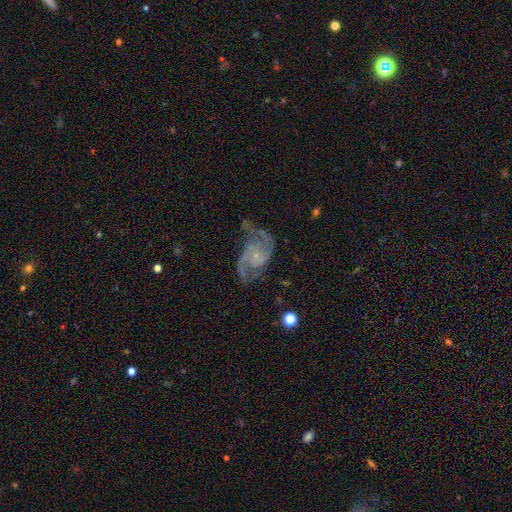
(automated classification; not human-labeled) A featured or disk galaxy (90%) with no bar (65%), 2 (82%) medium (54%) spiral arms (97%) and a small central bulge (76%).

Vote fractions:
- Smooth or featured? featured or disk: 90% / star or artifact: 5% / smooth: 5%
- Edge-on disk? no: 98% / yes: 2%
- Bar? no: 65% / weak: 28% / strong: 6%
- Spiral arms? yes: 97% / no: 3%
- Spiral winding? medium: 54% / loose: 27% / tight: 19%
- Spiral arm count? 2: 82% / 3: 8% / can't tell: 4% / 1: 2% / 4: 2% / more than 4: 2%
- Bulge size? small: 76% / moderate: 13% / none: 10% / large: 1% / dominant: 1%
- Merging? none: 58% / minor disturbance: 21% / major disturbance: 18% / merger: 3%